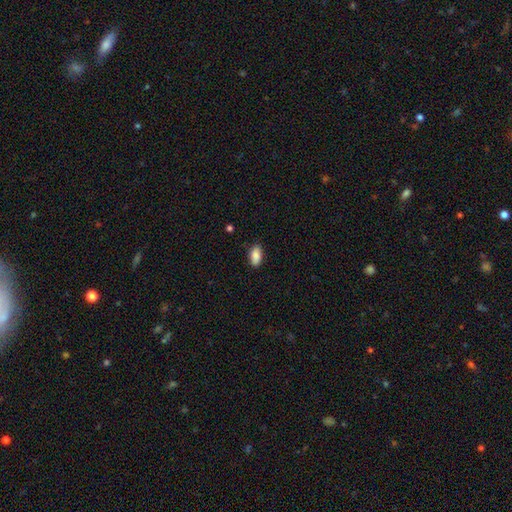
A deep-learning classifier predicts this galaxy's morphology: A smooth galaxy with no disk features (88%) that is in between round and cigar-shaped (91%).

Vote fractions:
- Smooth or featured? smooth: 88% / star or artifact: 7% / featured or disk: 6%
- How rounded? in between: 91% / cigar-shaped: 6% / round: 3%
- Merging? none: 86% / minor disturbance: 11% / major disturbance: 2% / merger: 1%